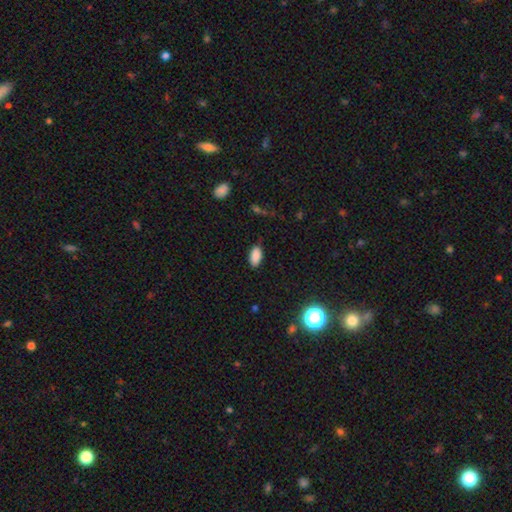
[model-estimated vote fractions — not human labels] A smooth galaxy with no disk features (87%) that is in between round and cigar-shaped (92%). Merging: none (82%).